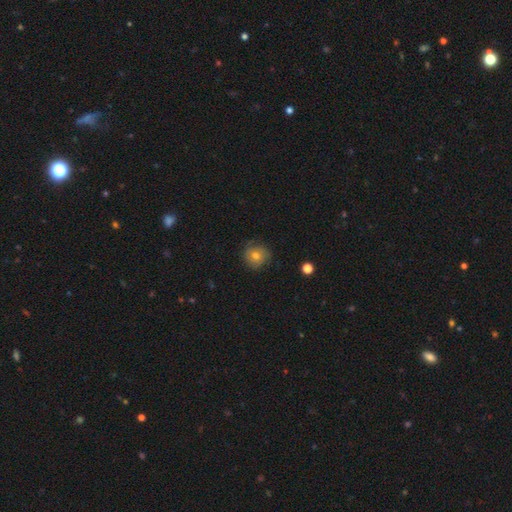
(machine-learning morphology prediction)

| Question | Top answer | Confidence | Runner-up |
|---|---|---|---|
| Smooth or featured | smooth | 67% | featured or disk (23%) |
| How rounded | round | 90% | in between (9%) |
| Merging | none | 76% | minor disturbance (18%) |